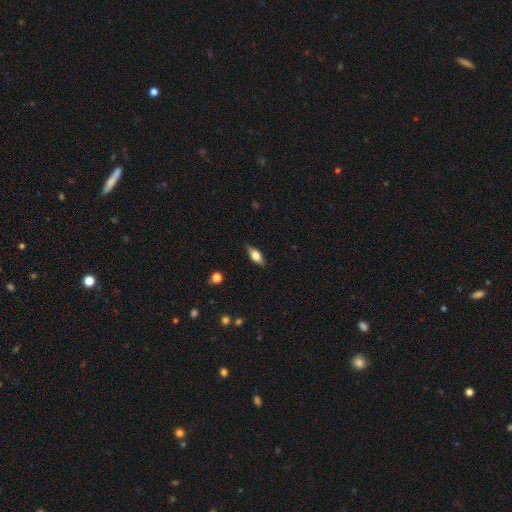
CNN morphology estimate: A smooth galaxy with no disk features (63%) that is in between round and cigar-shaped (77%). Merging: none (84%).